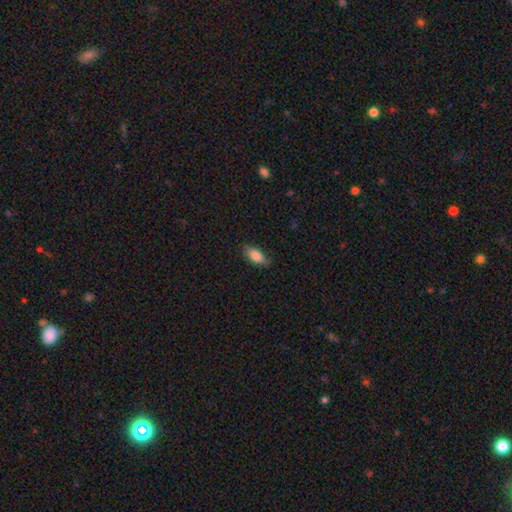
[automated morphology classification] Smooth or featured?
  - smooth: 82% *
  - featured or disk: 11%
  - star or artifact: 7%
How rounded?
  - in between: 85% *
  - cigar-shaped: 12%
  - round: 3%
Merging?
  - none: 78% *
  - minor disturbance: 18%
  - major disturbance: 3%
  - merger: 1%